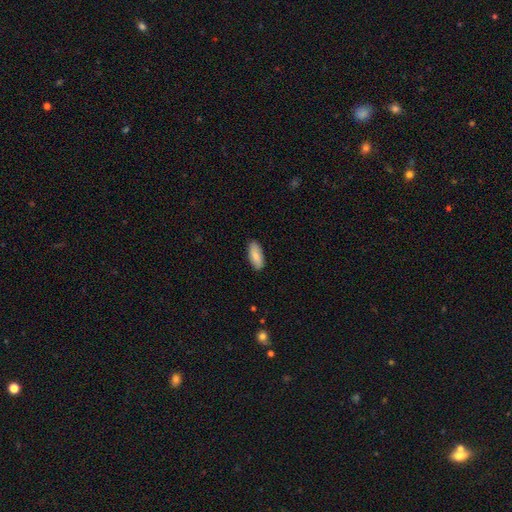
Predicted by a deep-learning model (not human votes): This appears to be a smooth galaxy with no disk features (82%) that is in between round and cigar-shaped (82%). Merging: none (88%).